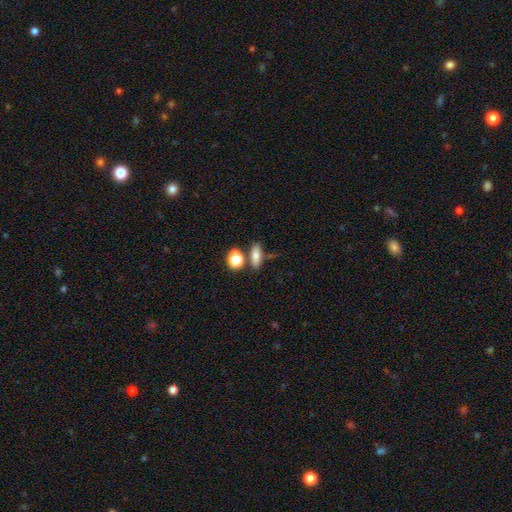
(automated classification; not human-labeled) Smooth or featured: smooth — 74% (featured or disk — 14%)
How rounded: in between — 64% (cigar-shaped — 22%)
Merging: none — 70% (merger — 15%)